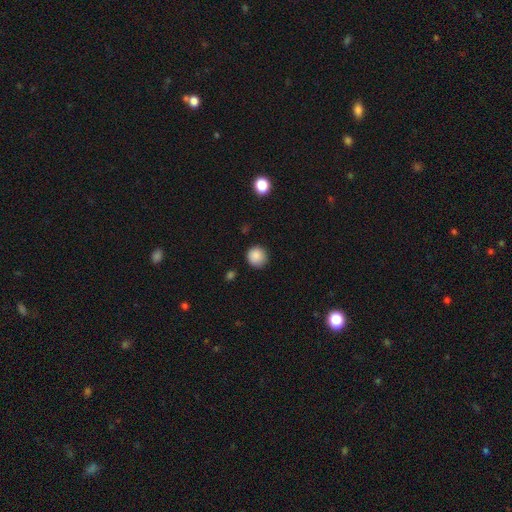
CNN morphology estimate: This appears to be a smooth galaxy with no disk features (88%) that is round (92%). Merging: none (86%).